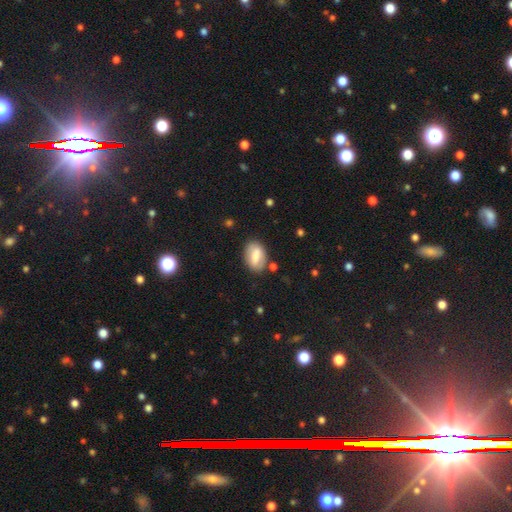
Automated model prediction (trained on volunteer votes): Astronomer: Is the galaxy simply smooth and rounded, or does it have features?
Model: smooth — 67%.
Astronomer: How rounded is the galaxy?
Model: in between — 89%.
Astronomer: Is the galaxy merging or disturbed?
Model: none — 77%.